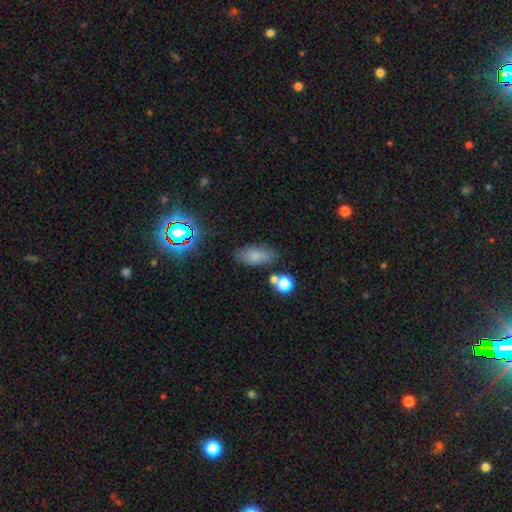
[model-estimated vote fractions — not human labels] Smooth or featured: smooth — 75% (featured or disk — 13%)
How rounded: in between — 85% (cigar-shaped — 9%)
Merging: none — 71% (minor disturbance — 17%)